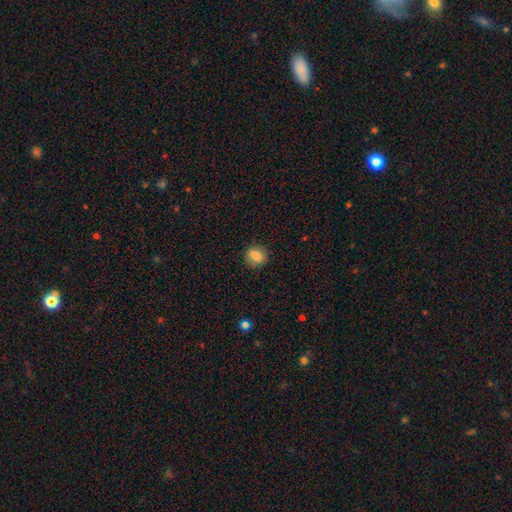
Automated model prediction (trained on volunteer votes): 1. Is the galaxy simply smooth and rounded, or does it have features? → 83% smooth, 9% star or artifact, 8% featured or disk.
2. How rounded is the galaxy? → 70% round, 28% in between, 1% cigar-shaped.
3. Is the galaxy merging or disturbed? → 88% none, 9% minor disturbance, 2% major disturbance, 1% merger.